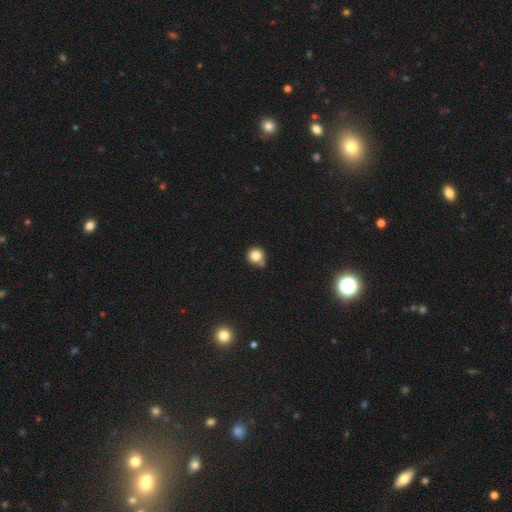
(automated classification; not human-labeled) A smooth galaxy with no disk features (83%) that is round (93%). Merging: none (69%).